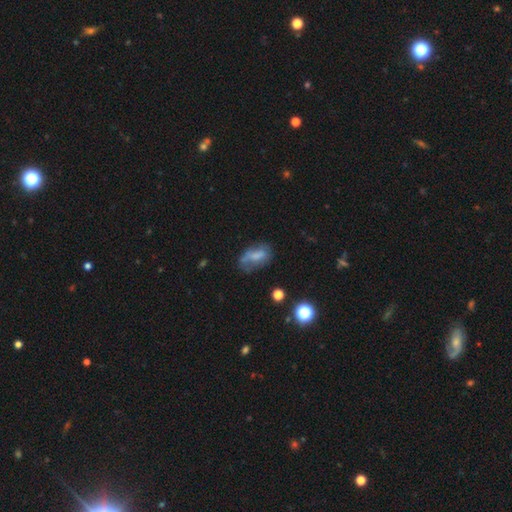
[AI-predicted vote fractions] The model was most divided on "merging": none: 45%, minor disturbance: 29%, major disturbance: 21%, merger: 4%. More confident: how rounded — in between (86%); smooth or featured — smooth (56%).